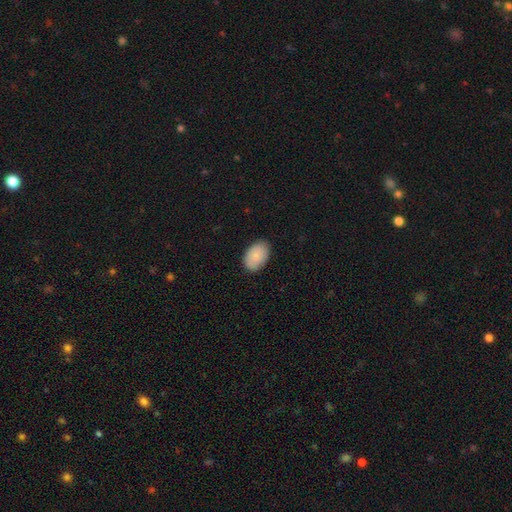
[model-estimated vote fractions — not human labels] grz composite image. It shows a smooth galaxy with no disk features (88%) that is in between round and cigar-shaped (90%). Merging: none (85%).